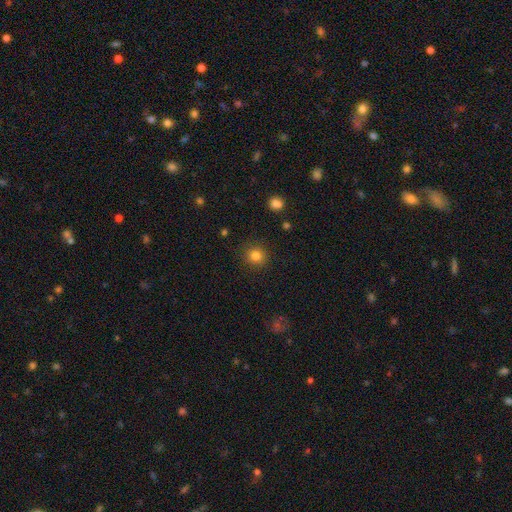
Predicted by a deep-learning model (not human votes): smooth 82%, star or artifact 12%, featured or disk 5%. Down the decision tree: how rounded — round (90%); merging — none (89%).